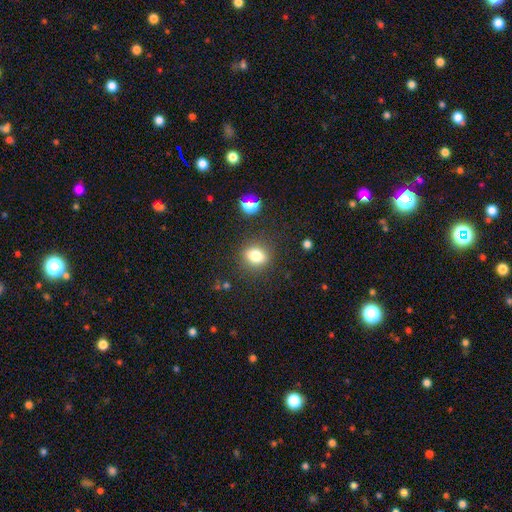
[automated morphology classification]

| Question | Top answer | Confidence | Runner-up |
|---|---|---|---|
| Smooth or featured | smooth | 79% | star or artifact (12%) |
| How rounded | in between | 51% | round (47%) |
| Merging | none | 84% | minor disturbance (10%) |